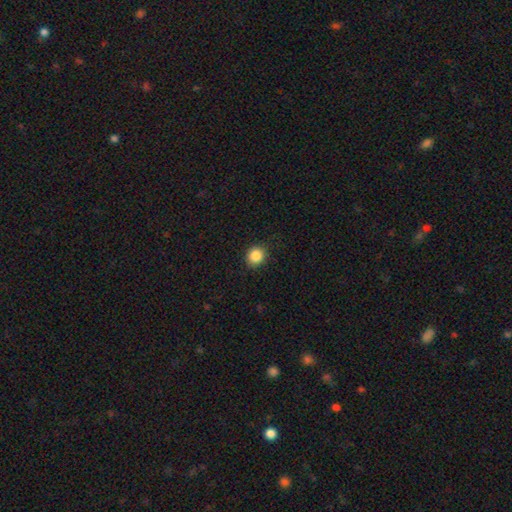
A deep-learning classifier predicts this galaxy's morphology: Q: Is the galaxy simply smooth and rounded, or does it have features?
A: smooth — 87%.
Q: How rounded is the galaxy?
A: round — 80%.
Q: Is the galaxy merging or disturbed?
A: none — 88%.